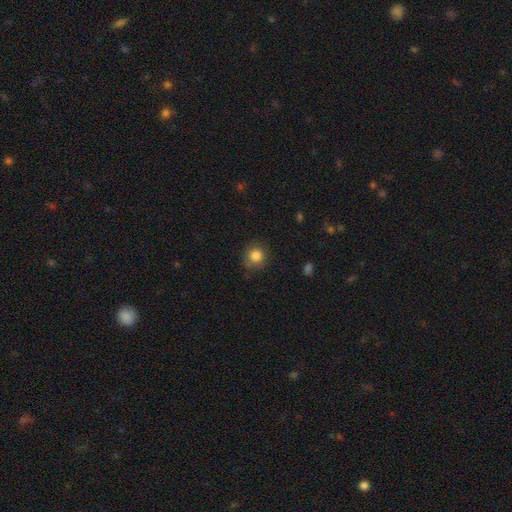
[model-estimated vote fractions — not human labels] Smooth or featured?
  - smooth: 83% *
  - star or artifact: 11%
  - featured or disk: 6%
How rounded?
  - round: 92% *
  - in between: 8%
  - cigar-shaped: 1%
Merging?
  - none: 81% *
  - minor disturbance: 14%
  - major disturbance: 4%
  - merger: 2%